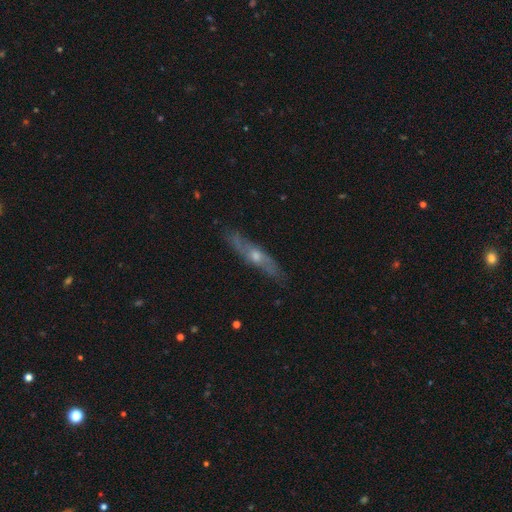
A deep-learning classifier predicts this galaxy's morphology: Q: Smooth or featured?
A: featured or disk (66%); runner-up: smooth (27%)
Q: Edge-on disk?
A: yes (68%); runner-up: no (32%)
Q: Merging?
A: none (81%); runner-up: minor disturbance (14%)